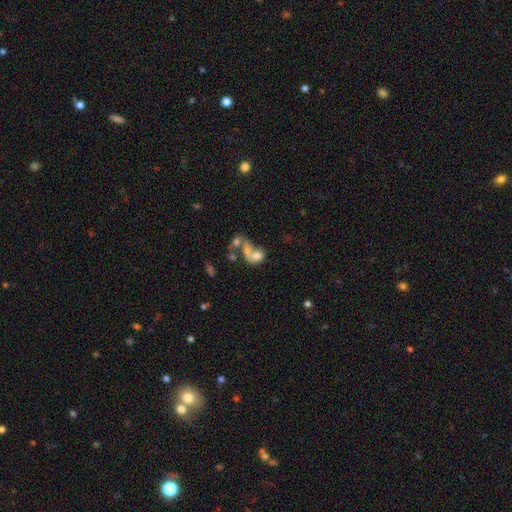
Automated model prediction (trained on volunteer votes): A smooth galaxy with no disk features (62%) that is in between round and cigar-shaped (63%).

Vote fractions:
- Smooth or featured? smooth: 62% / featured or disk: 25% / star or artifact: 12%
- How rounded? in between: 63% / round: 35% / cigar-shaped: 2%
- Merging? merger: 65% / none: 16% / major disturbance: 12% / minor disturbance: 7%